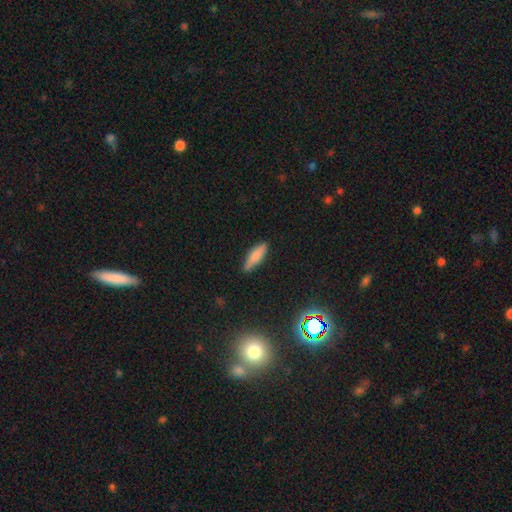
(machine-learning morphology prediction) Smooth or featured? smooth (74%)
How rounded? cigar-shaped (66%)
Merging? none (81%)